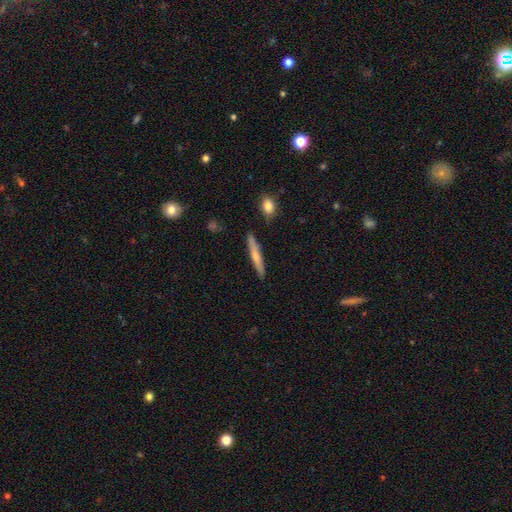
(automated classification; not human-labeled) This is possibly a smooth galaxy (59%). How rounded: clearly cigar-shaped (93%). Merging: clearly none (87%).